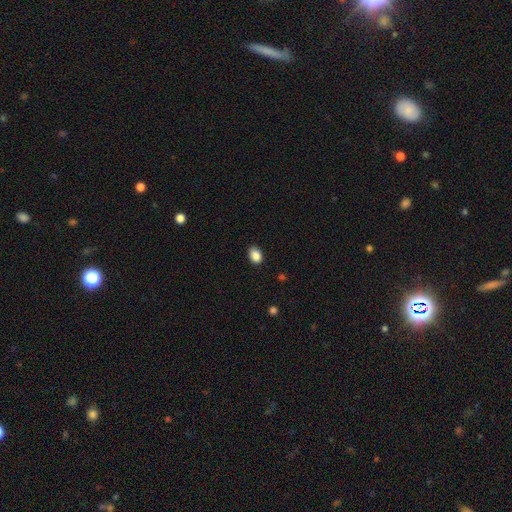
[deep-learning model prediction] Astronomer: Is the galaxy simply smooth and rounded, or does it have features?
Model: smooth — 88%.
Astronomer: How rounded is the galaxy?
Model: in between — 75%.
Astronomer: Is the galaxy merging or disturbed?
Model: none — 85%.